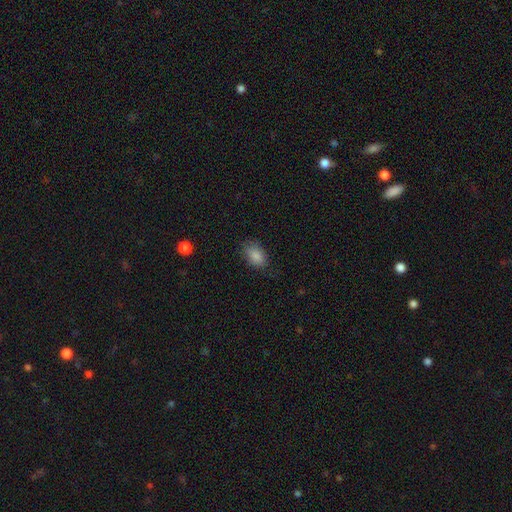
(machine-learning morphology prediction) A smooth galaxy with no disk features (86%) that is in between round and cigar-shaped (86%).

Vote fractions:
- Smooth or featured? smooth: 86% / star or artifact: 8% / featured or disk: 6%
- How rounded? in between: 86% / round: 13% / cigar-shaped: 1%
- Merging? none: 75% / minor disturbance: 19% / major disturbance: 5% / merger: 1%